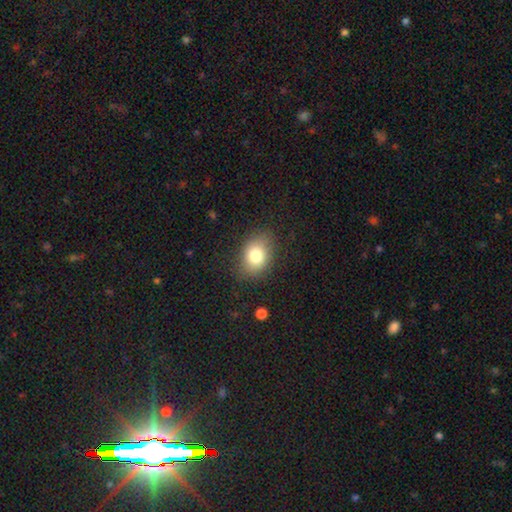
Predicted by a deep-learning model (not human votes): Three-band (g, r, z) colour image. It shows a smooth galaxy with no disk features (79%) that is in between round and cigar-shaped (66%). Merging: none (80%).